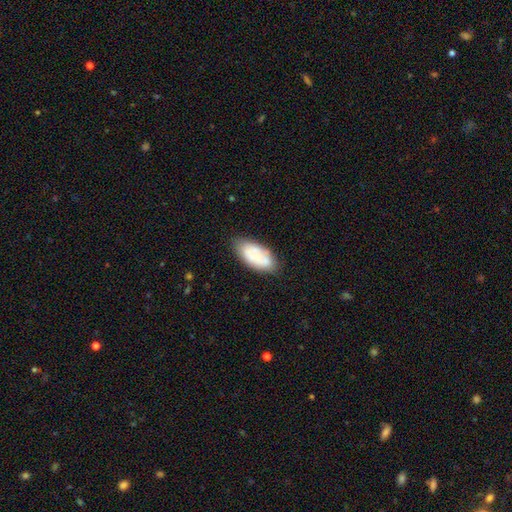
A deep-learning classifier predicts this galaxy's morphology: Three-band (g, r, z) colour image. It shows a smooth galaxy with no disk features (68%) that is in between round and cigar-shaped (93%). Merging: none (70%).